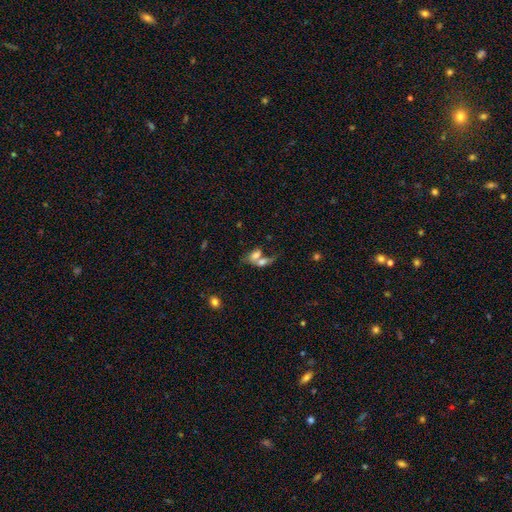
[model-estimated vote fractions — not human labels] This appears to be a smooth galaxy with no disk features (64%) that is in between round and cigar-shaped (78%). Merging: merger (63%).